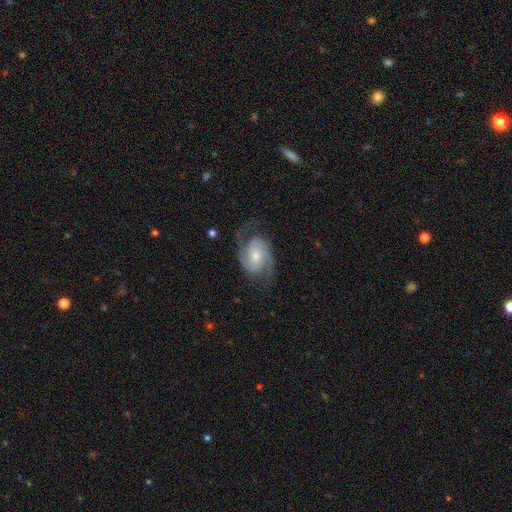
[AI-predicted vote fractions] Overall: featured or disk (85%). Edge-on disk: no (97%). Bar: no (63%; weak 31%). Spiral arms: yes (97%). Spiral arm count: 2 (87%). Spiral winding: medium (50%; tight 33%). Bulge size: small (48%; moderate 42%). Merging: none (68%).